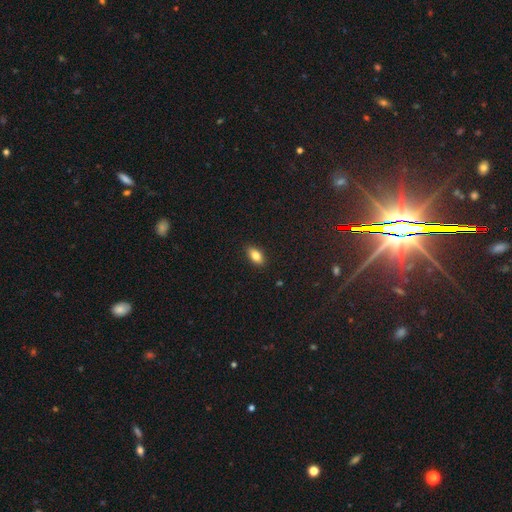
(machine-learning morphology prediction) type=smooth (81%); roundness=in between (89%); merging=none (89%).